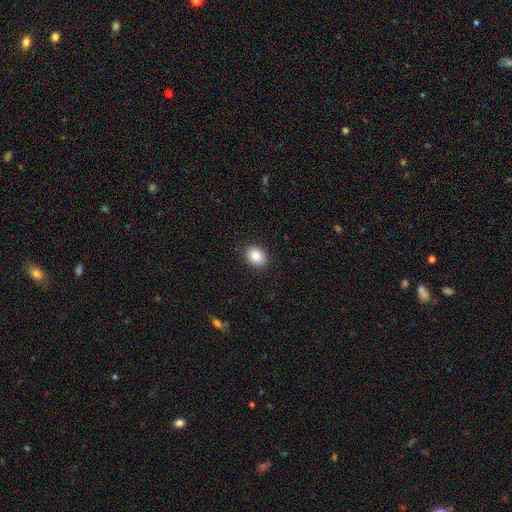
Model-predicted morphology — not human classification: Smooth or featured? smooth (85%)
How rounded? in between (54%)
Merging? none (90%)